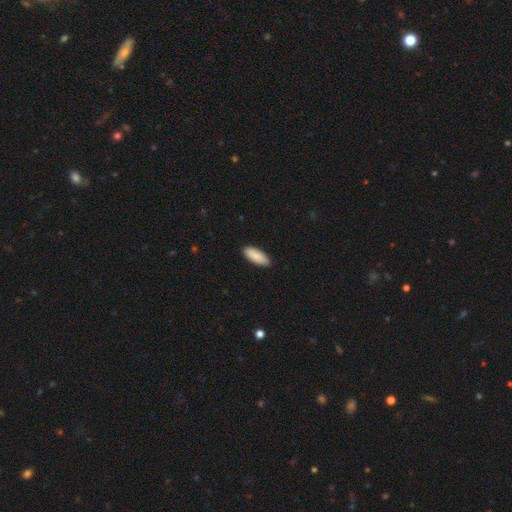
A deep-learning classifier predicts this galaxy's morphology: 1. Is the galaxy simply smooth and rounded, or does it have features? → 90% smooth, 6% star or artifact, 5% featured or disk.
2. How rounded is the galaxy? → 79% in between, 19% cigar-shaped, 2% round.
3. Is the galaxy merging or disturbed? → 89% none, 9% minor disturbance, 2% major disturbance, 1% merger.